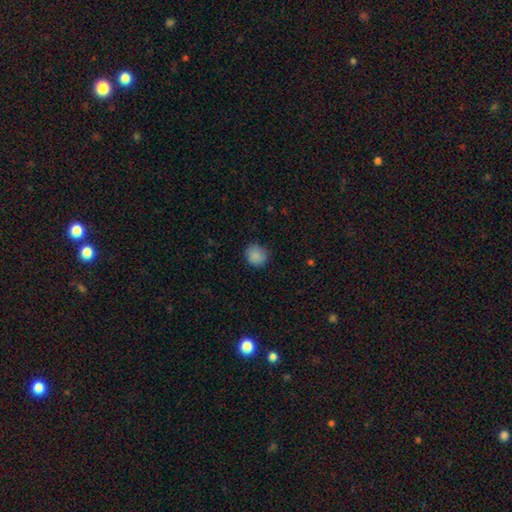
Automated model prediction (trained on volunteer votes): smooth_or_featured: smooth (p=0.88) [alt: star or artifact p=0.08]
how_rounded: round (p=0.83) [alt: in between p=0.16]
merging: none (p=0.83) [alt: minor disturbance p=0.13]